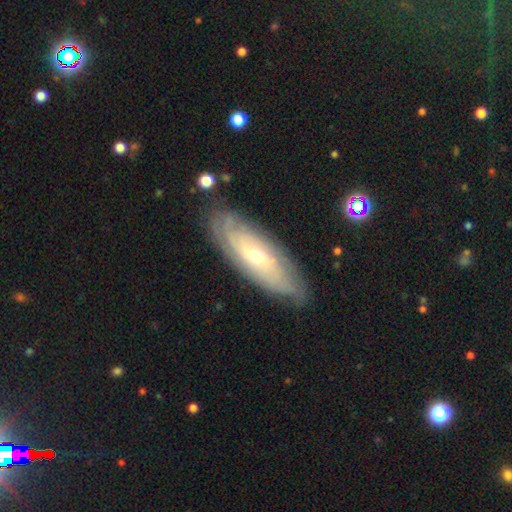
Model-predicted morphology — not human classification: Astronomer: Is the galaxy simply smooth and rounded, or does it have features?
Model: featured or disk — 73%.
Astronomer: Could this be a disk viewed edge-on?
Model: no — 80%.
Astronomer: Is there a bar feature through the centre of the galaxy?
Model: no — 69%.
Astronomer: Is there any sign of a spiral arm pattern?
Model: yes — 83%.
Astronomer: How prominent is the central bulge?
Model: small — 62%.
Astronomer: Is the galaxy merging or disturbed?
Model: none — 81%.